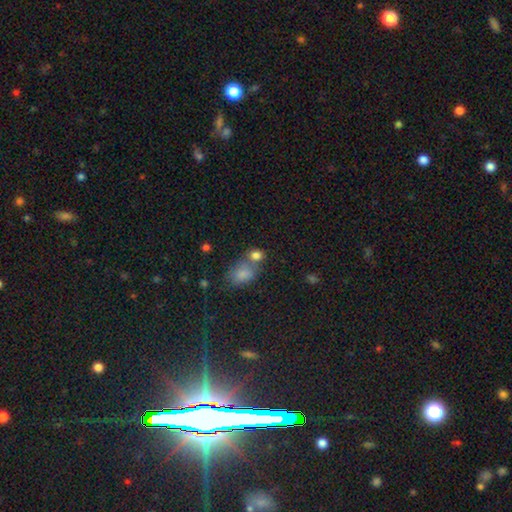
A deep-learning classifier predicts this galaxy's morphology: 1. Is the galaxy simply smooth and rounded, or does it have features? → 80% smooth, 12% star or artifact, 8% featured or disk.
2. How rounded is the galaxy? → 56% round, 42% in between, 2% cigar-shaped.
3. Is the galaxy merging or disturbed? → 45% none, 39% merger, 11% minor disturbance, 5% major disturbance.